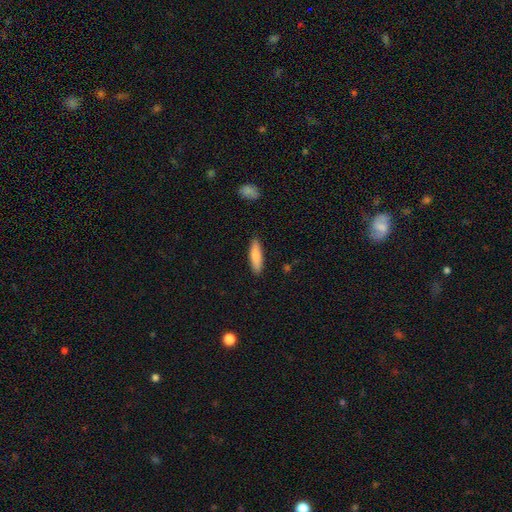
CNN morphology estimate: smooth 82%, featured or disk 12%, star or artifact 6%. Down the decision tree: how rounded — cigar-shaped (67%); merging — none (88%).